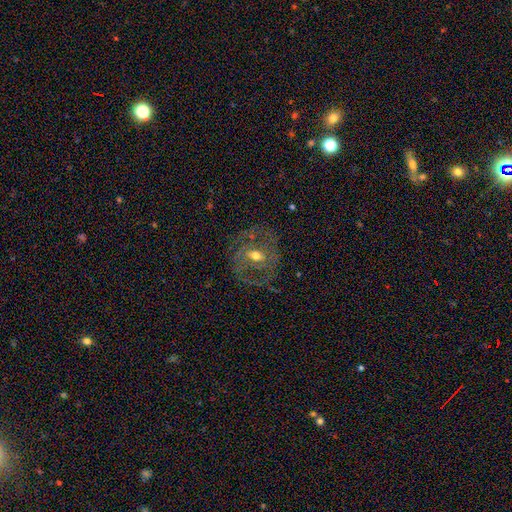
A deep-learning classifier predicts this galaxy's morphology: smooth-or-featured: featured or disk: 70% | smooth: 22% | star or artifact: 8%
  disk-edge-on: no: 95% | yes: 5%
    bar: no: 42% | weak: 40% | strong: 18%
    has-spiral-arms: yes: 55% | no: 45%
    bulge-size: moderate: 73% | small: 19% | large: 6% | none: 1% | dominant: 1%
  merging: none: 69% | minor disturbance: 17% | major disturbance: 13% | merger: 2%